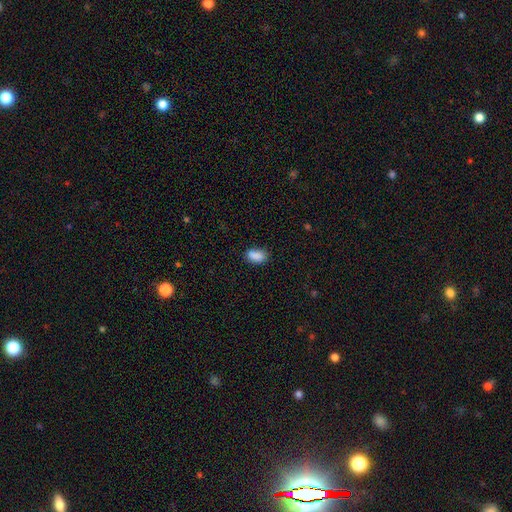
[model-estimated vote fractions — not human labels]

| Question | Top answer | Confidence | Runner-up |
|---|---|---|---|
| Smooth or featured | smooth | 88% | star or artifact (9%) |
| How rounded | in between | 89% | round (8%) |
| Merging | none | 79% | minor disturbance (16%) |